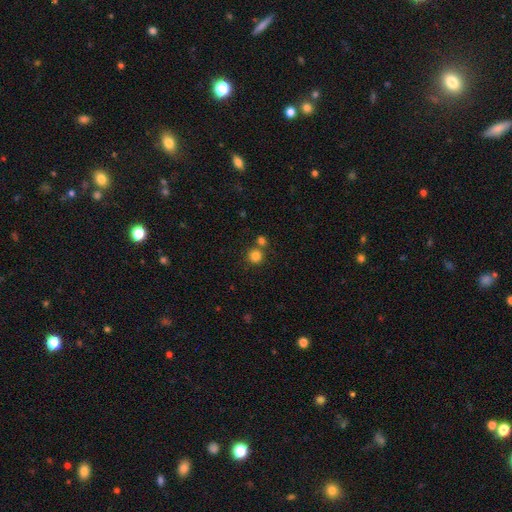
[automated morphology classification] Smooth or featured?
  - smooth: 82% *
  - star or artifact: 12%
  - featured or disk: 6%
How rounded?
  - round: 93% *
  - in between: 6%
  - cigar-shaped: 1%
Merging?
  - none: 69% *
  - merger: 21%
  - minor disturbance: 8%
  - major disturbance: 3%